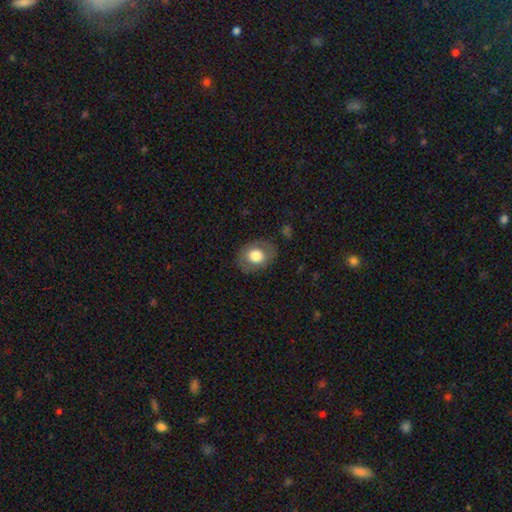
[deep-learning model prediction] Smooth or featured? smooth (69%)
How rounded? in between (54%)
Merging? none (81%)